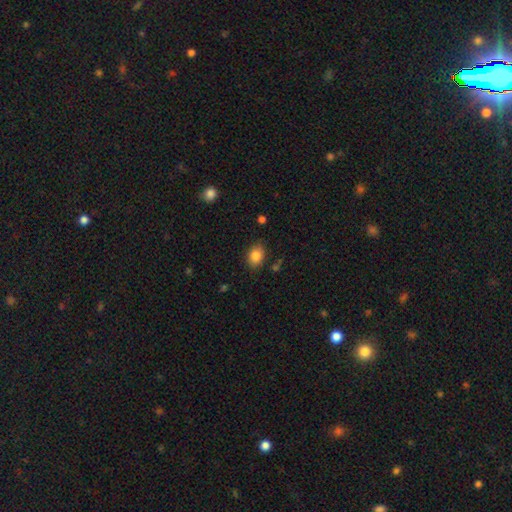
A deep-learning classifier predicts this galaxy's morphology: smooth_or_featured: smooth (p=0.85) [alt: star or artifact p=0.09]
how_rounded: in between (p=0.65) [alt: round p=0.34]
merging: none (p=0.83) [alt: minor disturbance p=0.13]